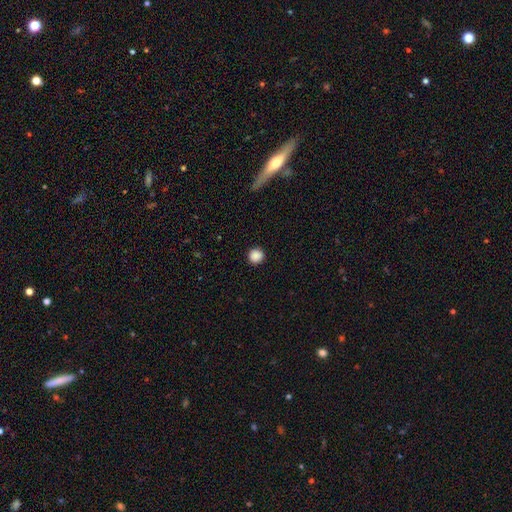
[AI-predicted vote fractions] Smooth or featured?
  - smooth: 88% *
  - star or artifact: 10%
  - featured or disk: 3%
How rounded?
  - round: 94% *
  - in between: 5%
  - cigar-shaped: 1%
Merging?
  - none: 92% *
  - minor disturbance: 5%
  - major disturbance: 2%
  - merger: 1%